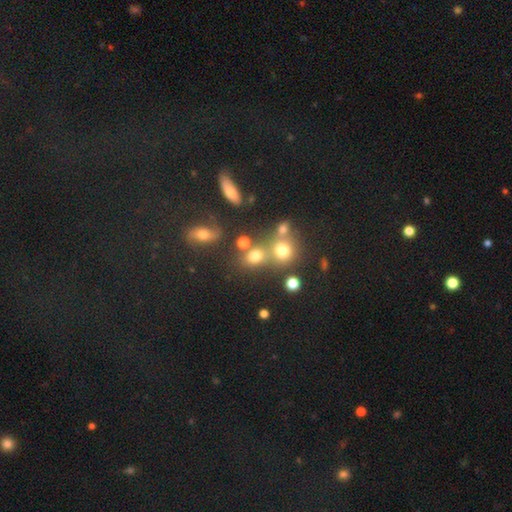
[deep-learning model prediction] This appears to be a smooth galaxy with no disk features (69%) that is round (65%). Merging: none (51%).